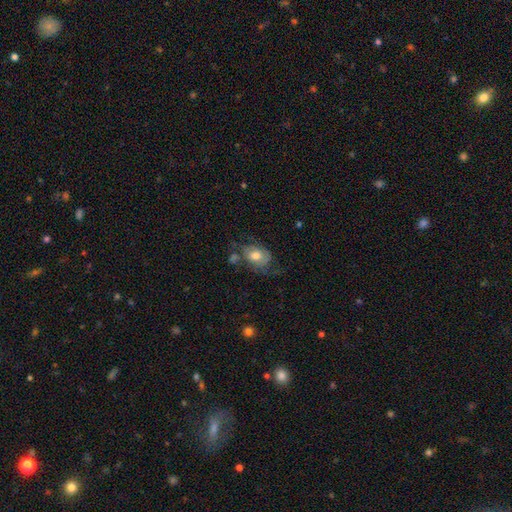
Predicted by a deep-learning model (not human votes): smooth 48%, featured or disk 44%, star or artifact 8%. Down the decision tree: merging — none (40%).